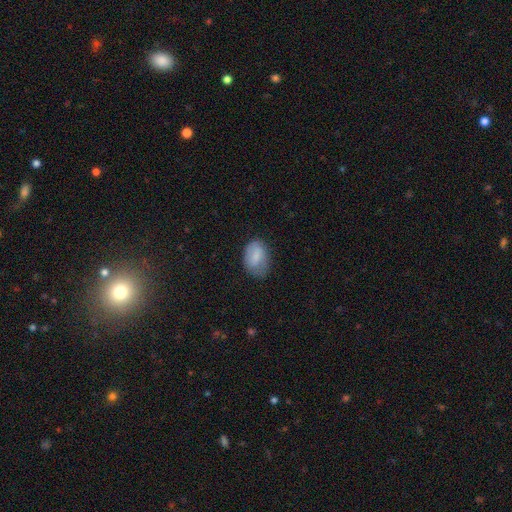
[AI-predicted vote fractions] smooth_or_featured: smooth (p=0.76) [alt: featured or disk p=0.17]
how_rounded: in between (p=0.87) [alt: round p=0.12]
merging: none (p=0.63) [alt: minor disturbance p=0.28]